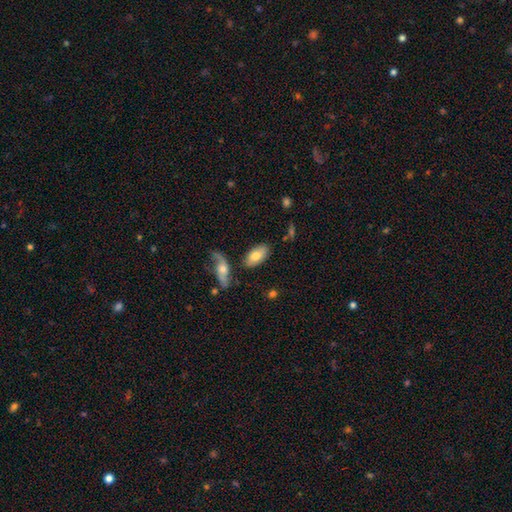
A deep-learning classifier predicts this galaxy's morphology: A smooth galaxy with no disk features (73%) that is in between round and cigar-shaped (92%).

Vote fractions:
- Smooth or featured? smooth: 73% / featured or disk: 20% / star or artifact: 6%
- How rounded? in between: 92% / cigar-shaped: 5% / round: 3%
- Merging? none: 75% / minor disturbance: 13% / merger: 8% / major disturbance: 4%